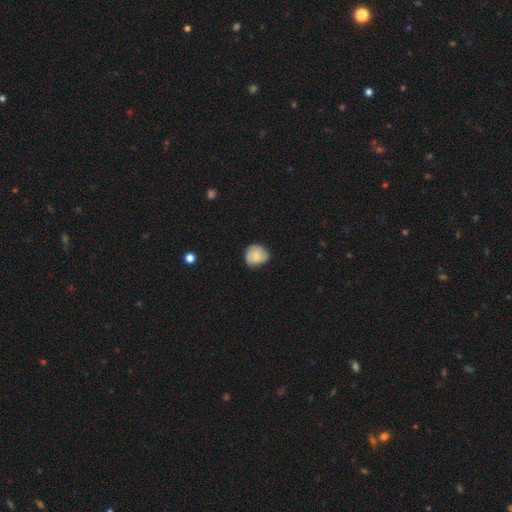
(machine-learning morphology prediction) Smooth or featured? smooth (51%)
How rounded? round (77%)
Merging? none (72%)